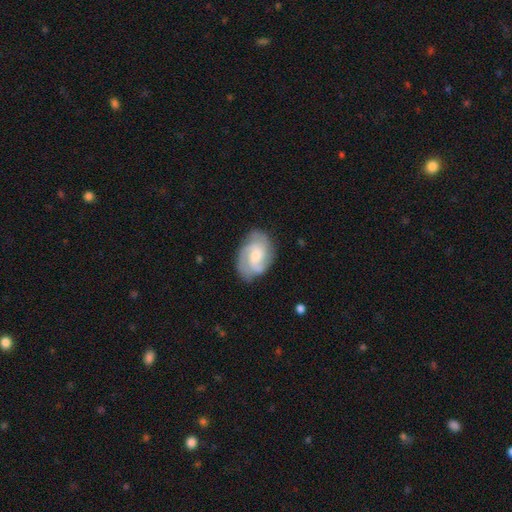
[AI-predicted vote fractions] smooth_or_featured: featured or disk (p=0.78) [alt: smooth p=0.17]
disk_edge_on: no (p=0.98) [alt: yes p=0.02]
bar: no (p=0.57) [alt: weak p=0.37]
has_spiral_arms: yes (p=0.95) [alt: no p=0.05]
spiral_winding: medium (p=0.48) [alt: tight p=0.38]
spiral_arm_count: 3 (p=0.45) [alt: 2 p=0.26]
bulge_size: moderate (p=0.44) [alt: small p=0.41]
merging: none (p=0.74) [alt: minor disturbance p=0.18]